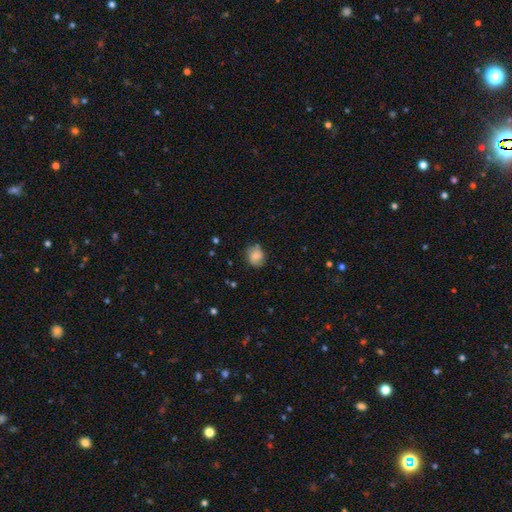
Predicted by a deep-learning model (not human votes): Smooth or featured: smooth — 78% (featured or disk — 13%)
How rounded: round — 70% (in between — 29%)
Merging: none — 72% (minor disturbance — 21%)